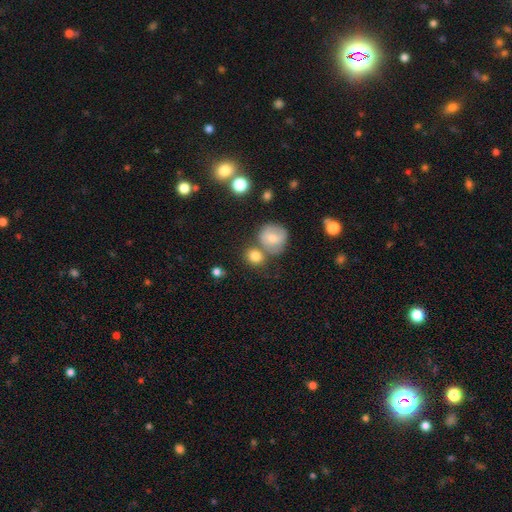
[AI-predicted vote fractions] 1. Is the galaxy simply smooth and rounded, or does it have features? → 70% smooth, 17% featured or disk, 13% star or artifact.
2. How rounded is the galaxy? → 82% round, 17% in between, 1% cigar-shaped.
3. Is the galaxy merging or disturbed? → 61% none, 23% merger, 12% minor disturbance, 4% major disturbance.